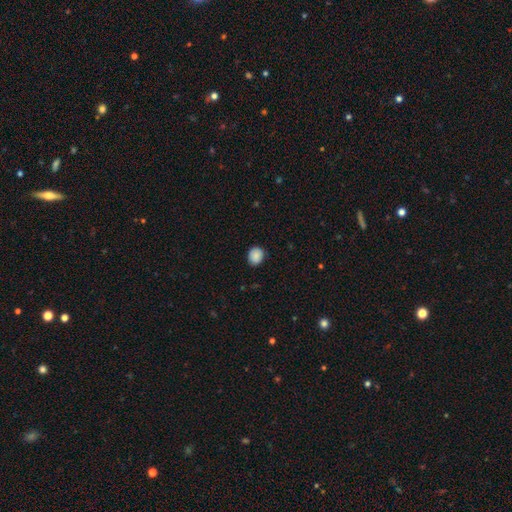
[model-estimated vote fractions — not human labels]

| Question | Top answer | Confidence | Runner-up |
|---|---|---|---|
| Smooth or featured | smooth | 88% | star or artifact (8%) |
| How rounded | round | 70% | in between (29%) |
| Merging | none | 86% | minor disturbance (11%) |